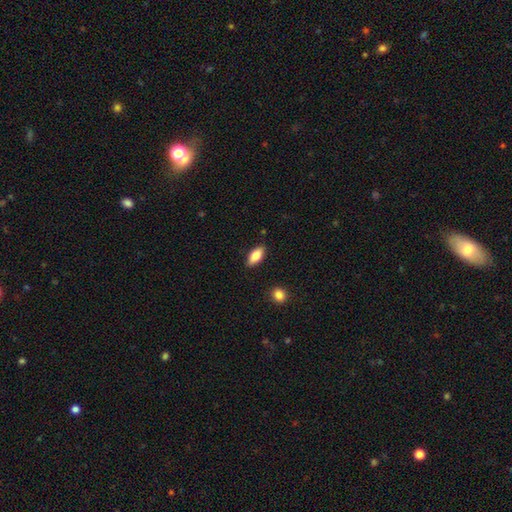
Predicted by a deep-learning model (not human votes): smooth-or-featured: smooth: 82% | featured or disk: 11% | star or artifact: 7%
  how-rounded: in between: 89% | cigar-shaped: 8% | round: 3%
  merging: none: 88% | minor disturbance: 9% | major disturbance: 2% | merger: 1%